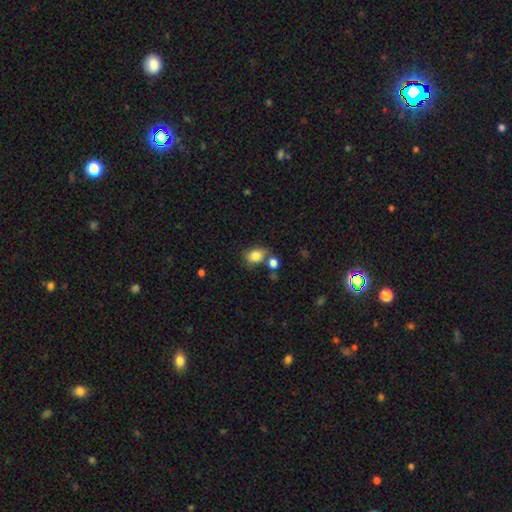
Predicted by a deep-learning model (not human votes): Morphology: type=smooth (83%); roundness=in between (64%); merging=none (52%).